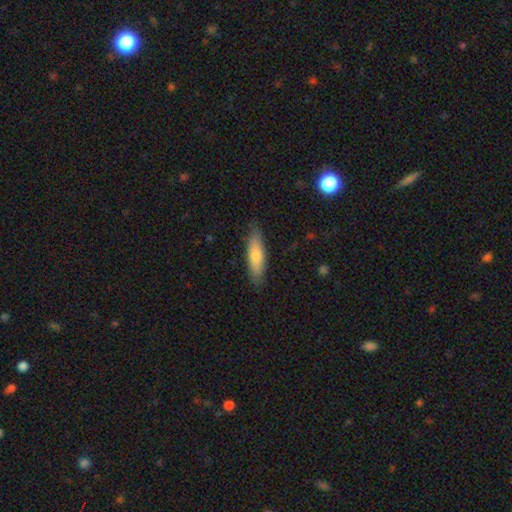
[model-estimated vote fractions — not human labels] Smooth or featured?
  - smooth: 71% *
  - featured or disk: 23%
  - star or artifact: 6%
How rounded?
  - cigar-shaped: 65% *
  - in between: 33%
  - round: 2%
Merging?
  - none: 85% *
  - minor disturbance: 12%
  - major disturbance: 2%
  - merger: 1%